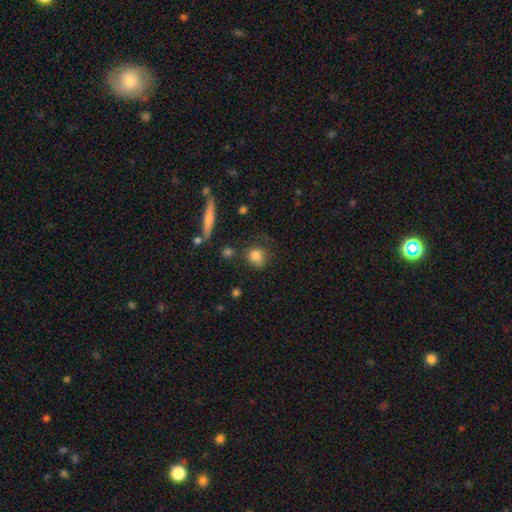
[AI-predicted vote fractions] smooth_or_featured: smooth (p=0.81) [alt: featured or disk p=0.10]
how_rounded: round (p=0.70) [alt: in between p=0.27]
merging: none (p=0.59) [alt: minor disturbance p=0.25]